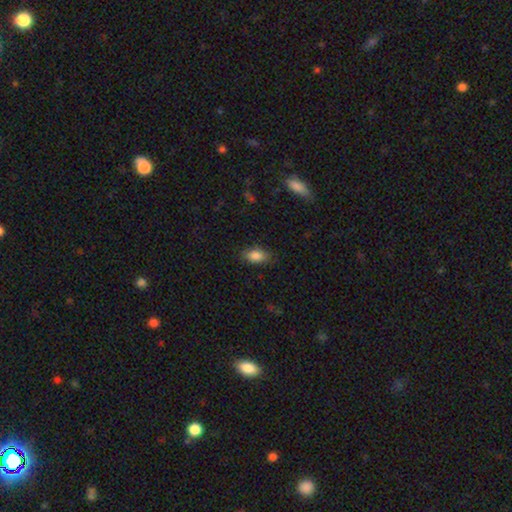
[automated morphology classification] smooth_or_featured: smooth (p=0.85) [alt: star or artifact p=0.08]
how_rounded: in between (p=0.90) [alt: round p=0.06]
merging: none (p=0.83) [alt: minor disturbance p=0.13]